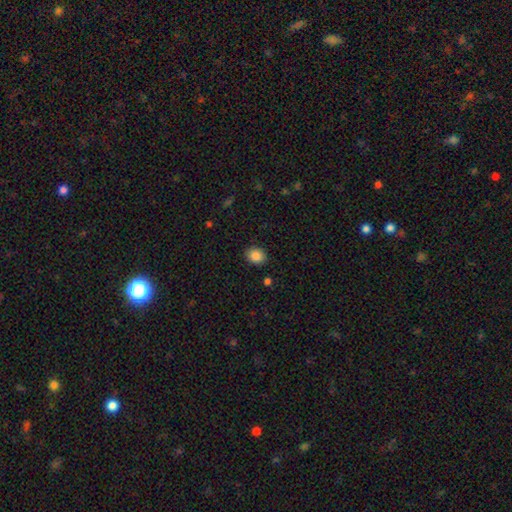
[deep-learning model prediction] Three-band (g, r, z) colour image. It shows a smooth galaxy with no disk features (87%) that is round (58%). Merging: none (89%).